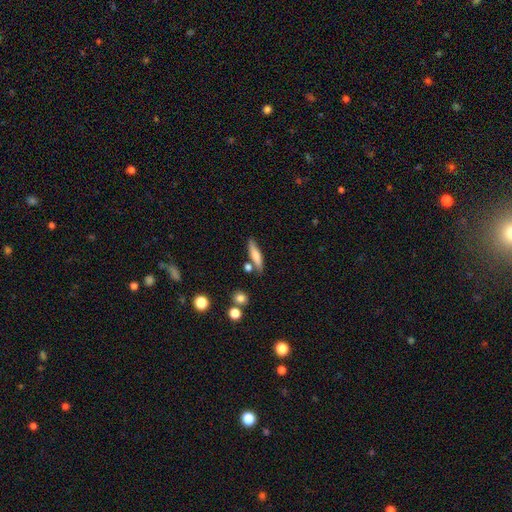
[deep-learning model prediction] Smooth or featured?
  - smooth: 66% *
  - featured or disk: 27%
  - star or artifact: 7%
How rounded?
  - cigar-shaped: 74% *
  - in between: 23%
  - round: 3%
Merging?
  - none: 73% *
  - minor disturbance: 14%
  - merger: 9%
  - major disturbance: 4%